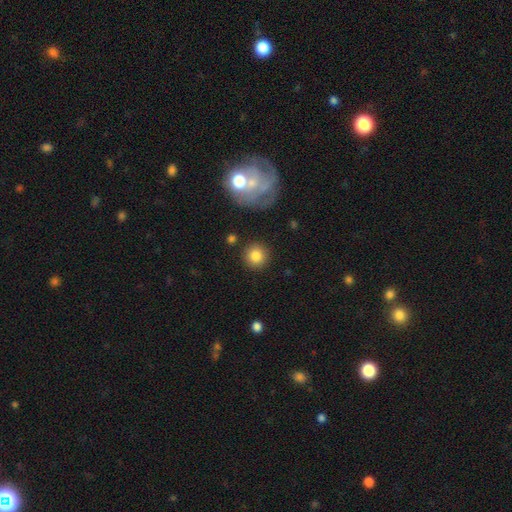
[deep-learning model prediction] Smooth or featured? Predicted: smooth (p=0.83). How rounded? Predicted: round (p=0.93). Merging? Predicted: none (p=0.88).